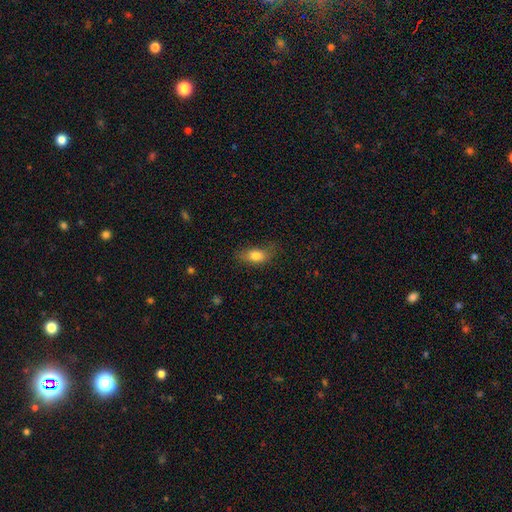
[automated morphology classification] Smooth or featured? Predicted: smooth (p=0.80). How rounded? Predicted: in between (p=0.83). Merging? Predicted: none (p=0.65).